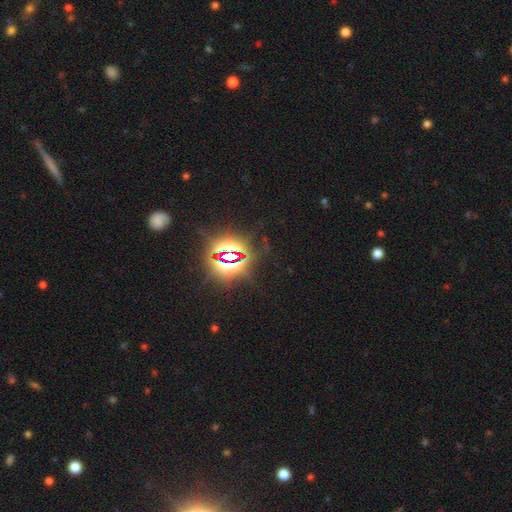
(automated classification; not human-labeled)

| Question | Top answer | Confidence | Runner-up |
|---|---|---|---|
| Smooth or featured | star or artifact | 84% | smooth (9%) |